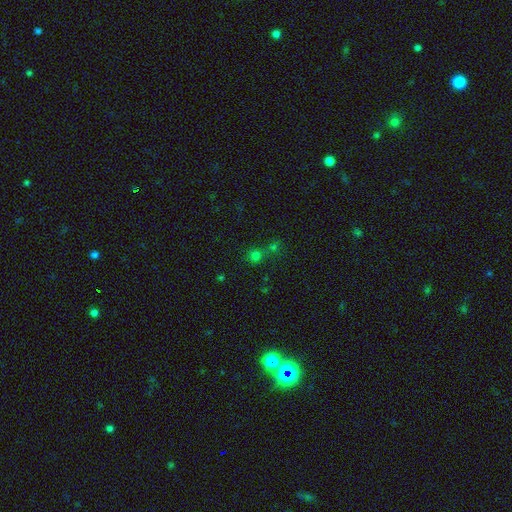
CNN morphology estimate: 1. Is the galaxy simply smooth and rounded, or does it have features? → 61% smooth, 31% star or artifact, 7% featured or disk.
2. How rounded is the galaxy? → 86% round, 13% in between, 1% cigar-shaped.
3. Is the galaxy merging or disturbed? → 53% none, 34% merger, 8% minor disturbance, 4% major disturbance.